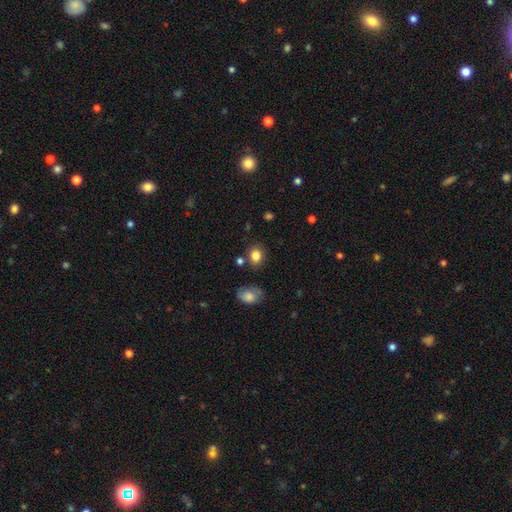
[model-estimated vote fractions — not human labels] A smooth galaxy with no disk features (83%) that is round (51%).

Vote fractions:
- Smooth or featured? smooth: 83% / star or artifact: 10% / featured or disk: 7%
- How rounded? round: 51% / in between: 48% / cigar-shaped: 1%
- Merging? none: 79% / minor disturbance: 13% / merger: 5% / major disturbance: 3%